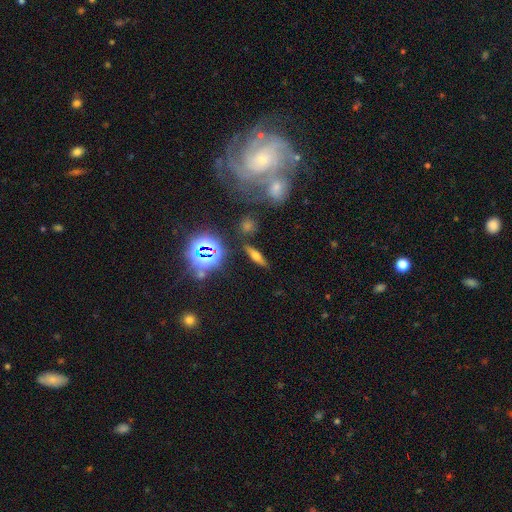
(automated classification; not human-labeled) This is marginally a smooth galaxy (44%). Merging: clearly none (84%).